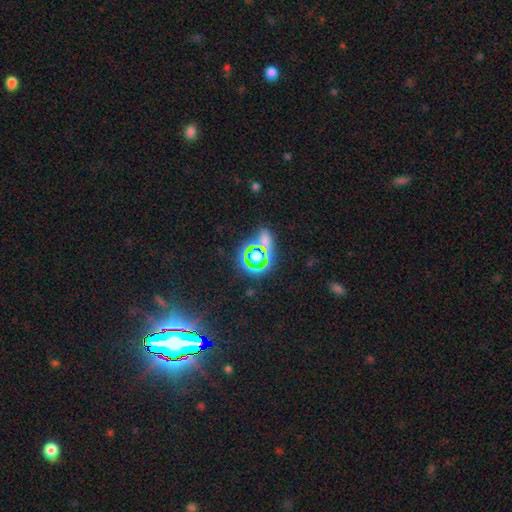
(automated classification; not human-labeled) smooth-or-featured: star or artifact: 58% | smooth: 30% | featured or disk: 11%